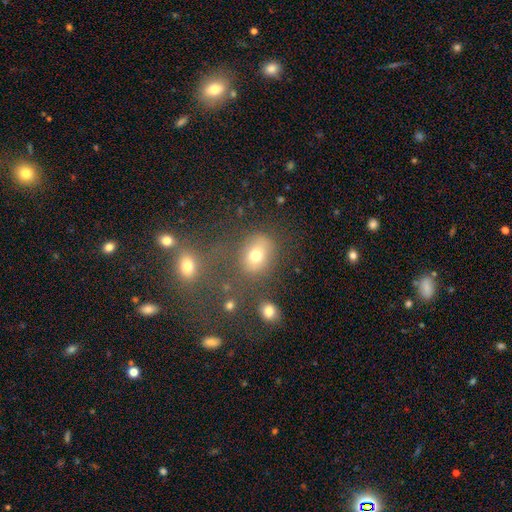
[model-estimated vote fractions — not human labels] Smooth or featured?
  - smooth: 71% *
  - star or artifact: 15%
  - featured or disk: 14%
How rounded?
  - in between: 55% *
  - round: 44%
  - cigar-shaped: 1%
Merging?
  - none: 65% *
  - minor disturbance: 15%
  - merger: 11%
  - major disturbance: 9%